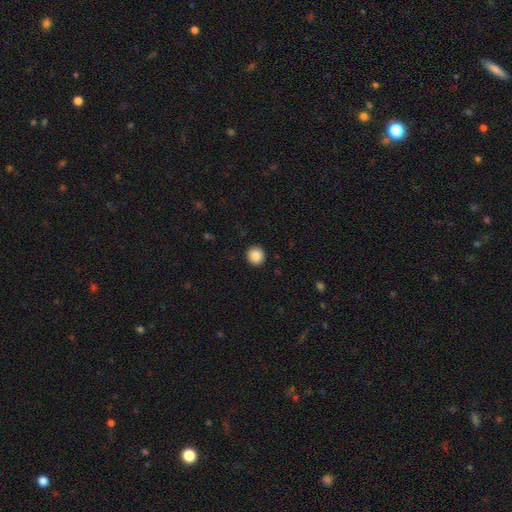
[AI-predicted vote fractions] smooth_or_featured: smooth (p=0.88) [alt: star or artifact p=0.08]
how_rounded: round (p=0.92) [alt: in between p=0.07]
merging: none (p=0.92) [alt: minor disturbance p=0.06]